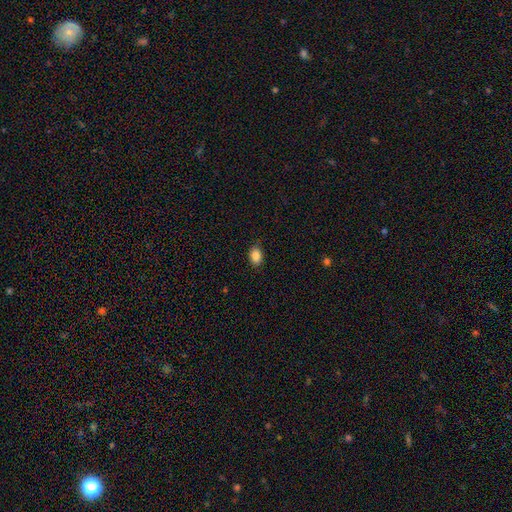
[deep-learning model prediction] Smooth or featured? Predicted: smooth (p=0.87). How rounded? Predicted: in between (p=0.79). Merging? Predicted: none (p=0.84).